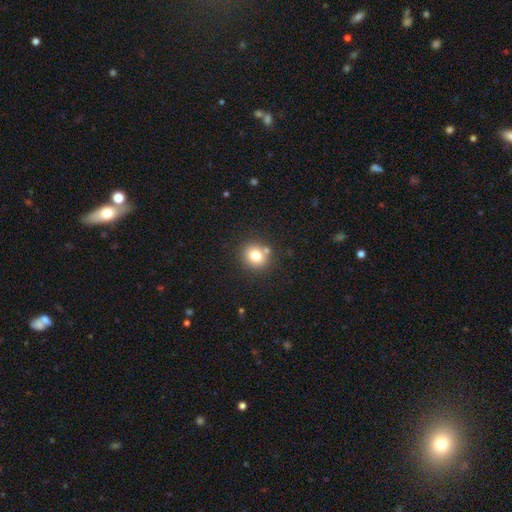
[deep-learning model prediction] The model was most divided on "smooth or featured": smooth: 78%, star or artifact: 12%, featured or disk: 10%. More confident: how rounded — round (84%); merging — none (78%).